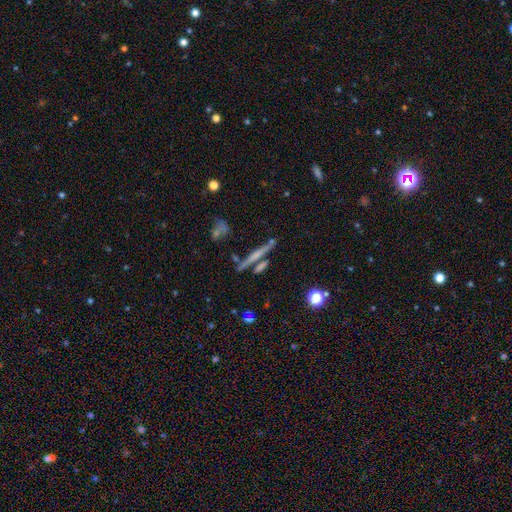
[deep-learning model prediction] Smooth or featured? Predicted: featured or disk (p=0.53). Edge-on disk? Predicted: yes (p=0.95). Merging? Predicted: none (p=0.76).